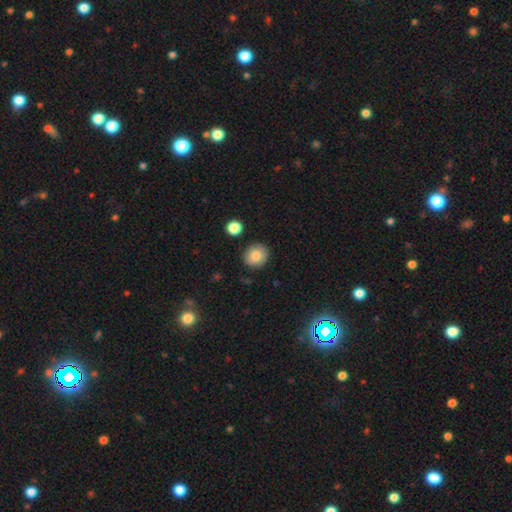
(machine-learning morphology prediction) This is clearly a smooth galaxy (83%). How rounded: clearly round (86%). Merging: clearly none (88%).